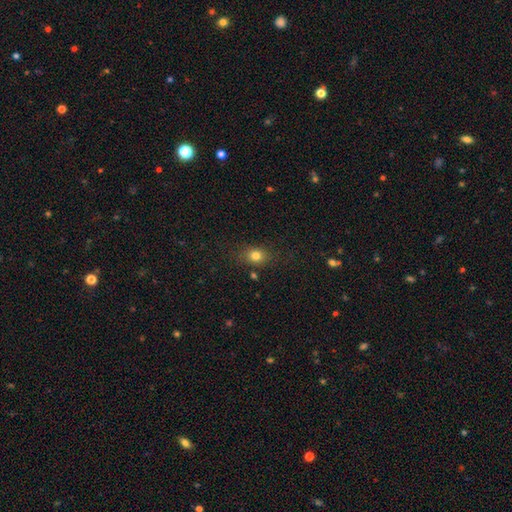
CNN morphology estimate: smooth 79%, star or artifact 13%, featured or disk 8%. Down the decision tree: how rounded — round (49%, tied with in between); merging — none (78%).